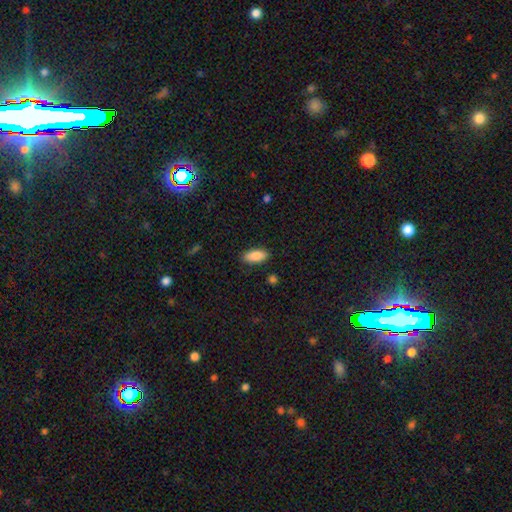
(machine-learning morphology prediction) This is clearly a smooth galaxy (87%). How rounded: clearly in between (90%). Merging: clearly none (87%).